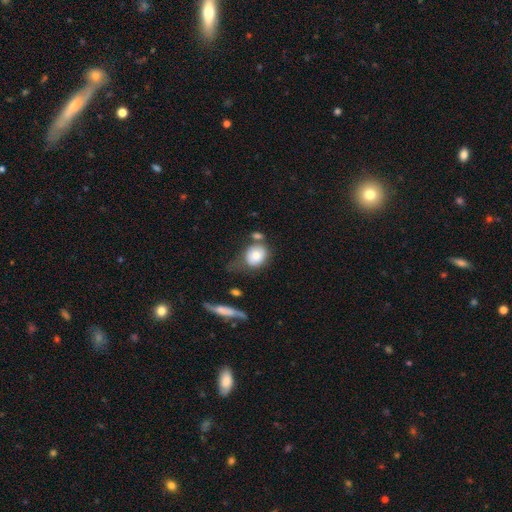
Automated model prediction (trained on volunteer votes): The model was most divided on "how rounded": round: 53%, in between: 45%, cigar-shaped: 1%. Remaining: smooth or featured — smooth (79%); merging — none (47%).